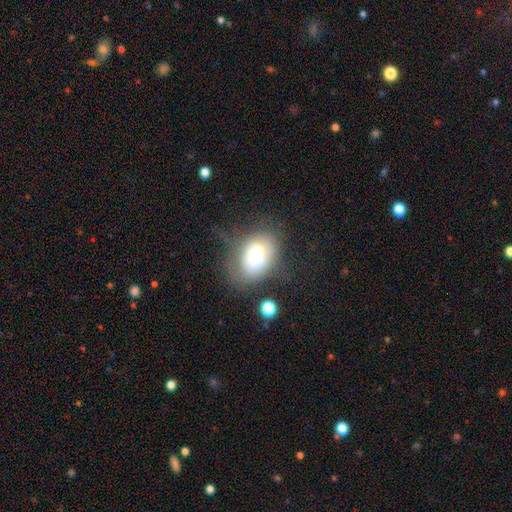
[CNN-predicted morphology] Q: Smooth or featured?
A: smooth (57%); runner-up: featured or disk (32%)
Q: How rounded?
A: in between (68%); runner-up: round (31%)
Q: Merging?
A: none (41%); runner-up: minor disturbance (26%)